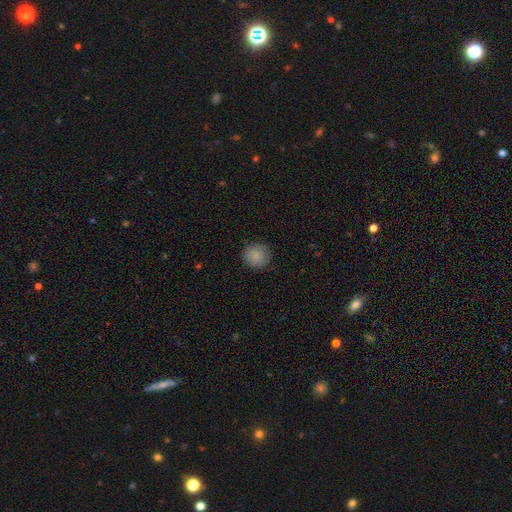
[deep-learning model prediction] smooth-or-featured: smooth: 87% | star or artifact: 8% | featured or disk: 4%
  how-rounded: round: 93% | in between: 6% | cigar-shaped: 1%
  merging: none: 89% | minor disturbance: 8% | major disturbance: 2% | merger: 1%